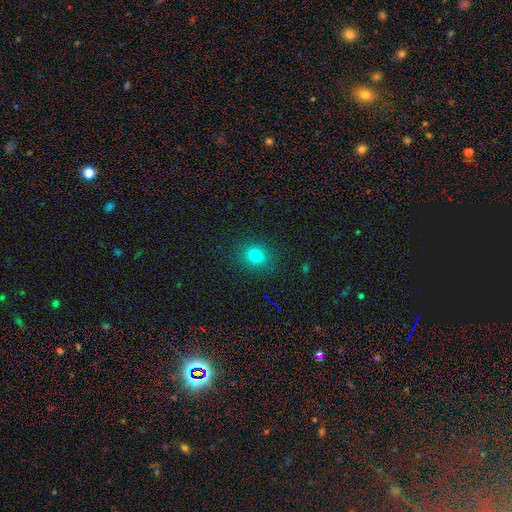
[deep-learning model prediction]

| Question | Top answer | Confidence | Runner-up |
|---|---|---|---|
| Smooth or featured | smooth | 77% | star or artifact (16%) |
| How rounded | round | 72% | in between (27%) |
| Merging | none | 88% | minor disturbance (8%) |